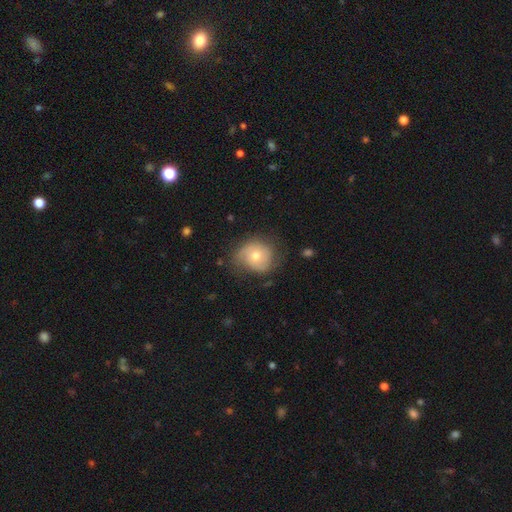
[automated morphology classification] A smooth galaxy with no disk features (49%). Merging: none (60%).